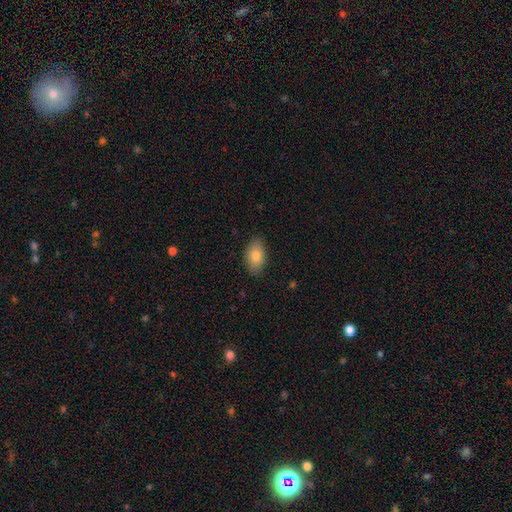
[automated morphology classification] smooth_or_featured: smooth (p=0.82) [alt: featured or disk p=0.11]
how_rounded: in between (p=0.92) [alt: round p=0.06]
merging: none (p=0.85) [alt: minor disturbance p=0.12]